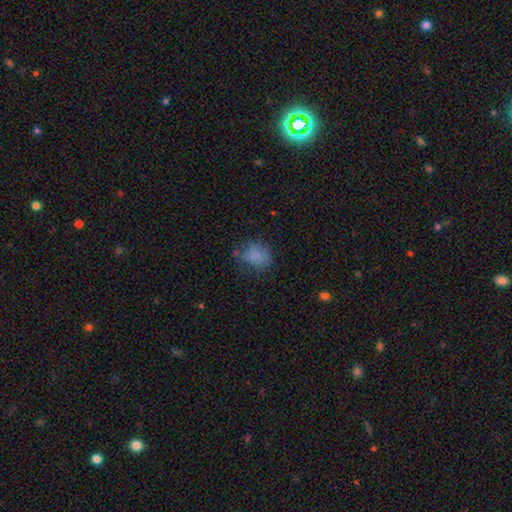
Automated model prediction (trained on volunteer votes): Smooth or featured: smooth — 77% (star or artifact — 12%)
How rounded: round — 53% (in between — 46%)
Merging: none — 60% (minor disturbance — 24%)